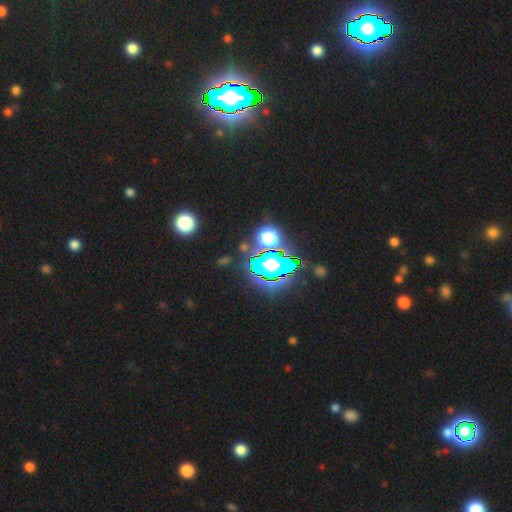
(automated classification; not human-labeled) The model was most divided on "smooth or featured": star or artifact: 83%, smooth: 10%, featured or disk: 7%.